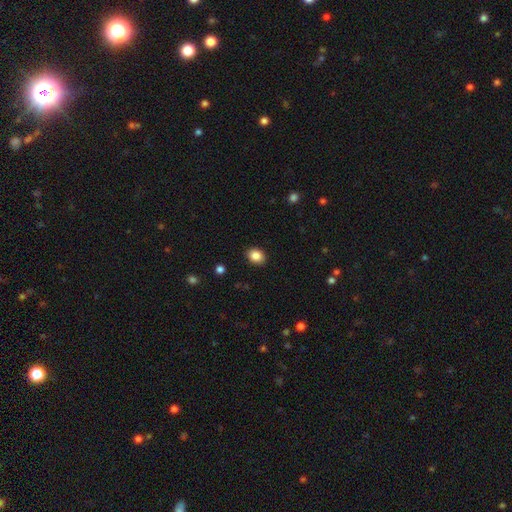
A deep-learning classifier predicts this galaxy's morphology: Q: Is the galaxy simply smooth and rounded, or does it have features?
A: smooth — 86%.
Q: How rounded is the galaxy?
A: in between — 52%.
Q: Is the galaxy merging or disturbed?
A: none — 90%.